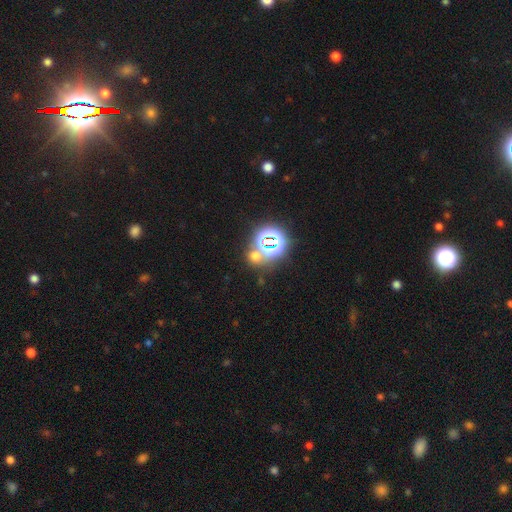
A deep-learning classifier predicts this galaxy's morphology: A star or artifact, not a galaxy (50%).